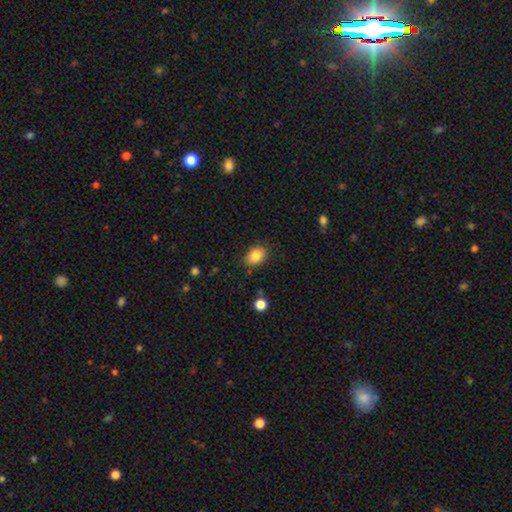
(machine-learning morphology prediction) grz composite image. It shows a smooth galaxy with no disk features (85%) that is in between round and cigar-shaped (74%). Merging: none (82%).